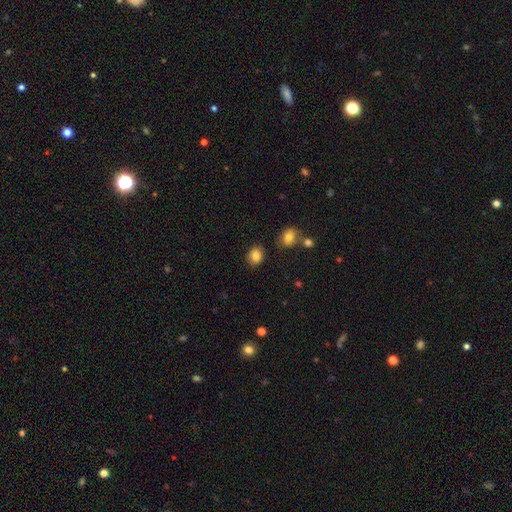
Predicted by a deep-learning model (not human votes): Morphology: type=smooth (84%); roundness=round (56%); merging=none (83%).